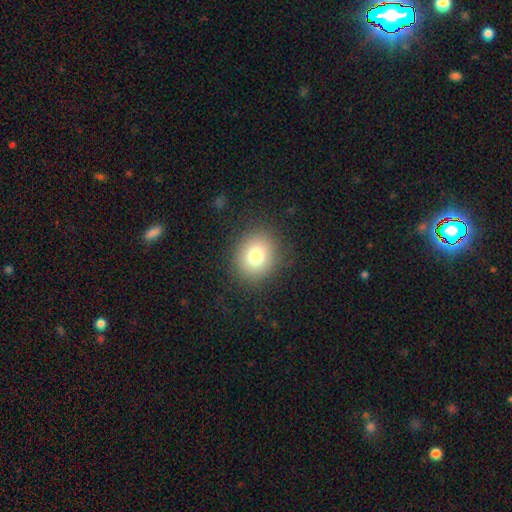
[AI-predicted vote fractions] Smooth or featured?
  - smooth: 77% *
  - star or artifact: 12%
  - featured or disk: 10%
How rounded?
  - round: 71% *
  - in between: 28%
  - cigar-shaped: 1%
Merging?
  - none: 86% *
  - minor disturbance: 9%
  - major disturbance: 4%
  - merger: 1%